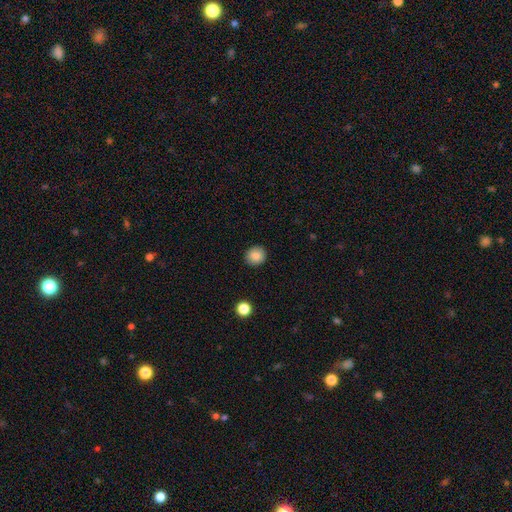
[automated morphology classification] This appears to be a smooth galaxy with no disk features (86%) that is round (86%). Merging: none (91%).